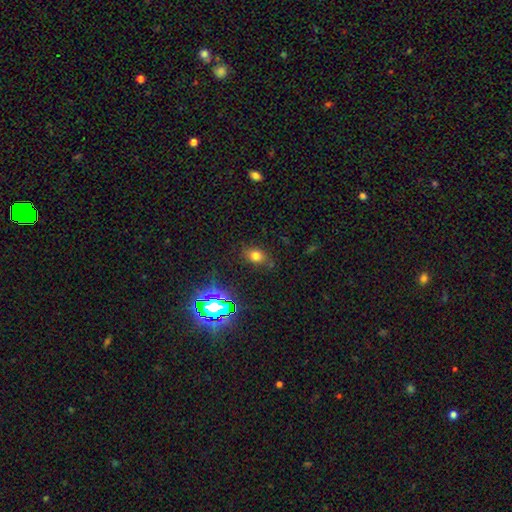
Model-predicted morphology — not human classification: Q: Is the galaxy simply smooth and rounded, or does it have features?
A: smooth — 68%.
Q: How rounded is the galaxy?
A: in between — 68%.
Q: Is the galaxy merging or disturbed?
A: none — 77%.